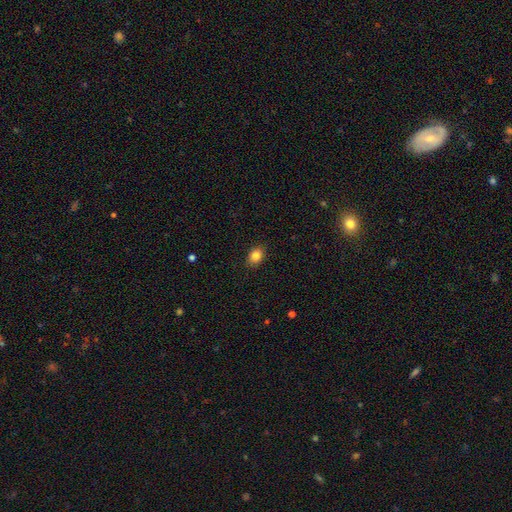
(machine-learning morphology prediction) This appears to be a smooth galaxy with no disk features (84%) that is in between round and cigar-shaped (67%). Merging: none (88%).